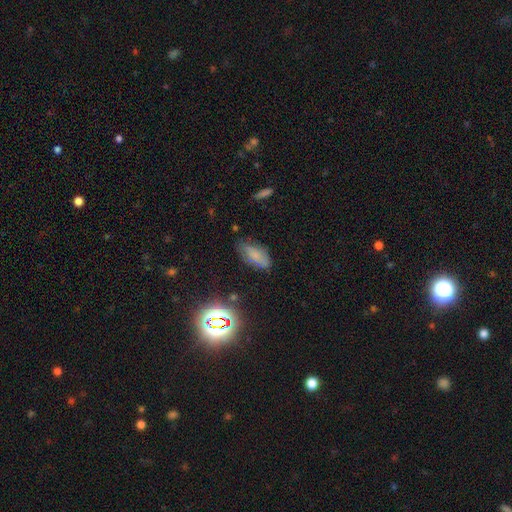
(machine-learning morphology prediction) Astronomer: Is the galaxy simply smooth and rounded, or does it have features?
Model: smooth — 65%.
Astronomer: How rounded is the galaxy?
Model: in between — 88%.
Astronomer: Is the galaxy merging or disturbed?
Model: none — 68%.